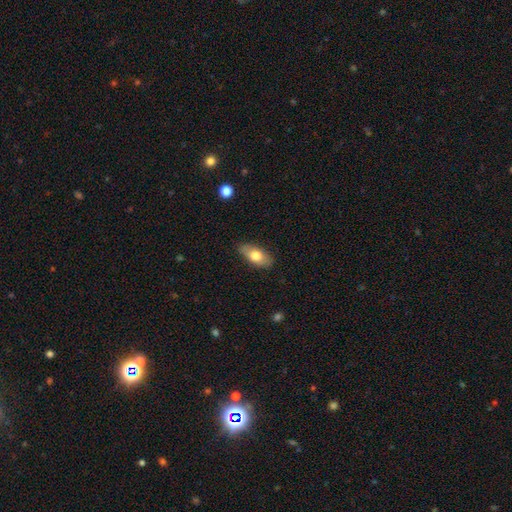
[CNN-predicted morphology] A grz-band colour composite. It shows a smooth galaxy with no disk features (73%) that is in between round and cigar-shaped (86%). Merging: none (81%).